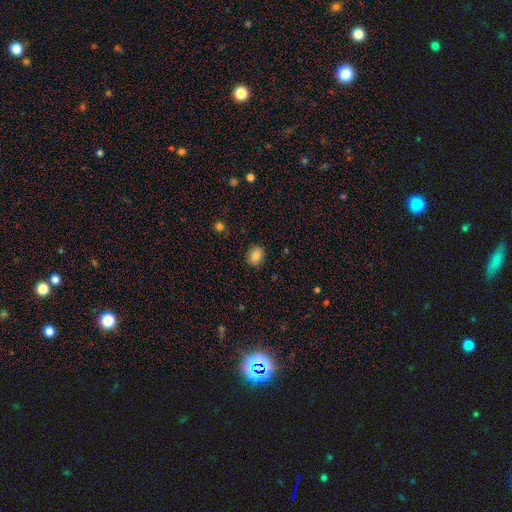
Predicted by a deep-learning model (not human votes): Morphology: type=smooth (84%); roundness=round (64%); merging=none (88%).